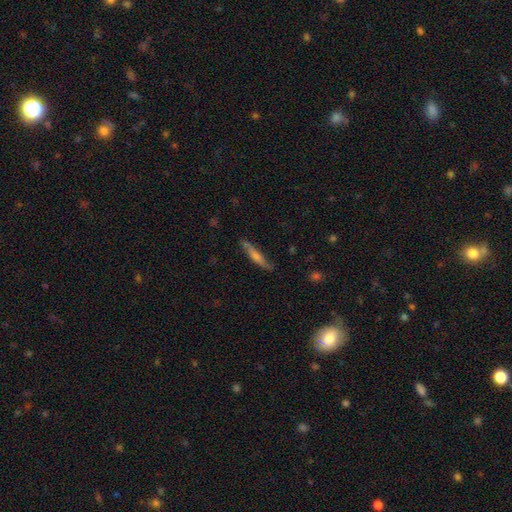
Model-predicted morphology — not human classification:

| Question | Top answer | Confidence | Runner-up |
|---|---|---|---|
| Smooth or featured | featured or disk | 49% | smooth (43%) |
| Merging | none | 82% | minor disturbance (13%) |